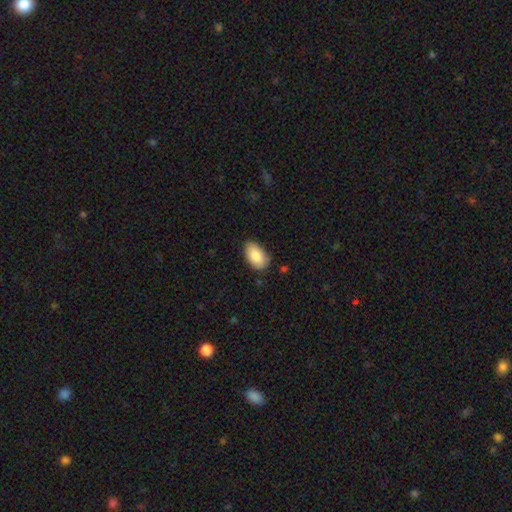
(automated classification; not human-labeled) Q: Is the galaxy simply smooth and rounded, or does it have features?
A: smooth — 85%.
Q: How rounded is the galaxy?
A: in between — 94%.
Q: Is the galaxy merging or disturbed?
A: none — 79%.